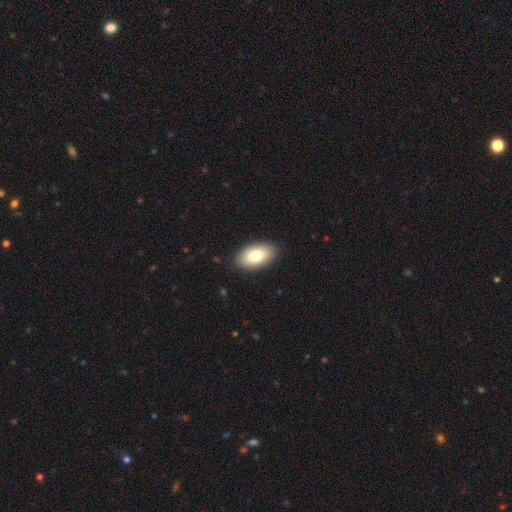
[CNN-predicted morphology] The model was most divided on "smooth or featured": smooth: 80%, featured or disk: 14%, star or artifact: 7%. More confident: how rounded — in between (94%); merging — none (88%).